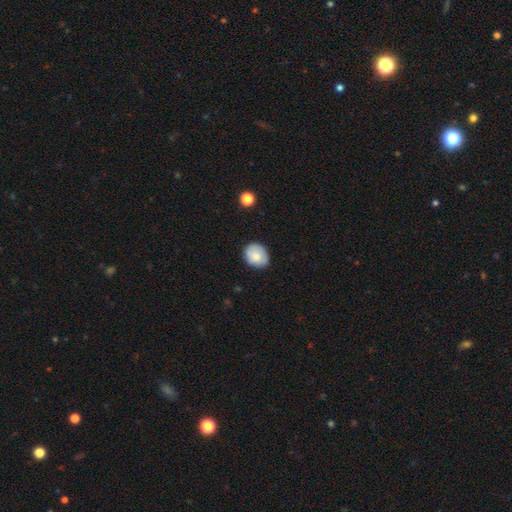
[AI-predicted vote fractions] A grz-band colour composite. It shows a smooth galaxy with no disk features (78%) that is round (58%). Merging: none (77%).